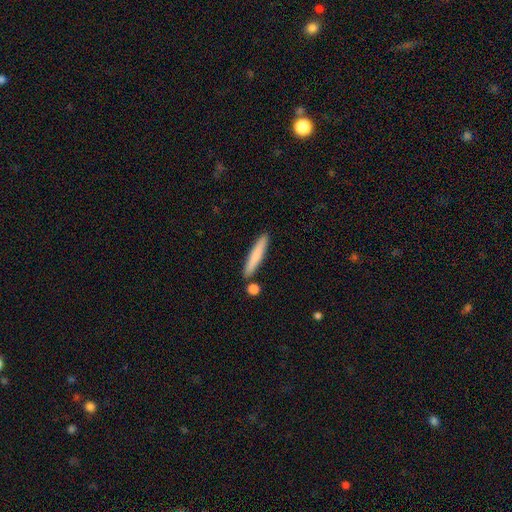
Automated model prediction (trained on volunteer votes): The model was most divided on "smooth or featured": smooth: 76%, featured or disk: 19%, star or artifact: 6%. More confident: how rounded — cigar-shaped (93%); merging — none (85%).